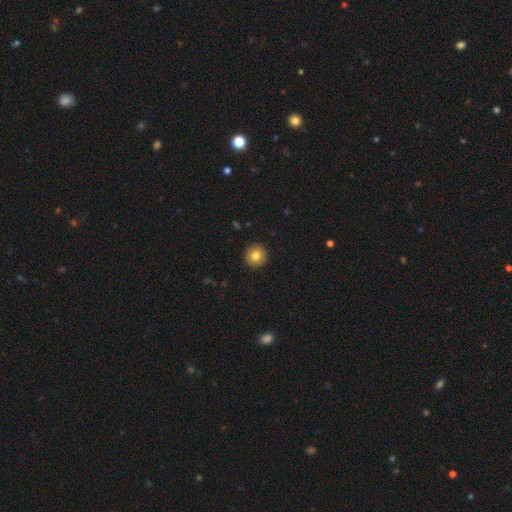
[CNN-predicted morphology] smooth_or_featured: smooth (p=0.81) [alt: star or artifact p=0.09]
how_rounded: round (p=0.96) [alt: in between p=0.03]
merging: none (p=0.93) [alt: minor disturbance p=0.05]